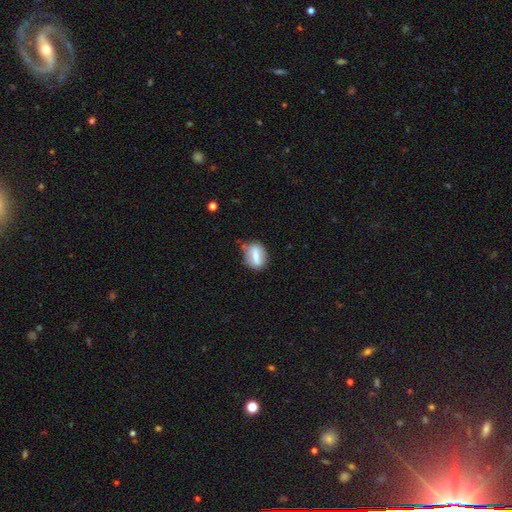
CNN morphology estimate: Overall: smooth (59%; featured or disk 33%). How rounded: in between (63%; round 29%). Merging: none (68%).